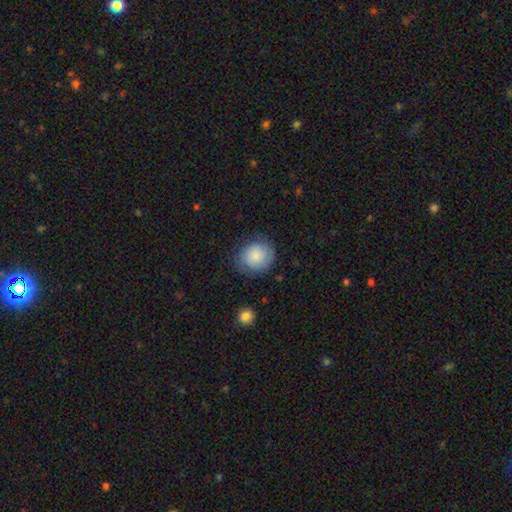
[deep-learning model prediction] The model was most divided on "how rounded": round: 78%, in between: 21%, cigar-shaped: 1%. More confident: smooth or featured — smooth (78%); merging — none (75%).